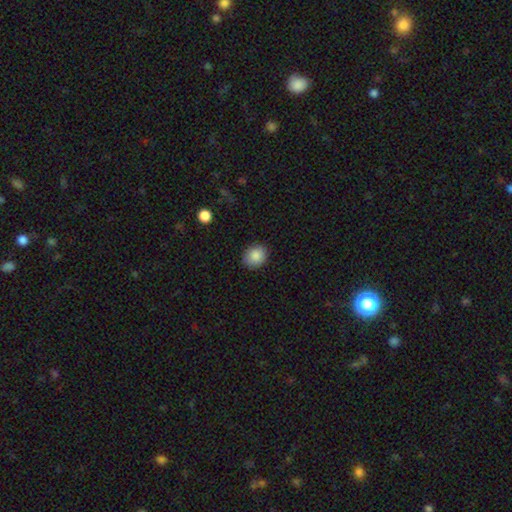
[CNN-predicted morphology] Smooth or featured: smooth — 87% (star or artifact — 8%)
How rounded: round — 64% (in between — 35%)
Merging: none — 87% (minor disturbance — 9%)